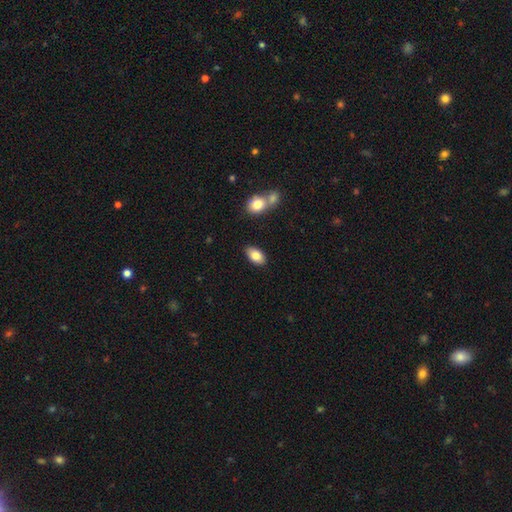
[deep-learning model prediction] The model was most divided on "merging": none: 85%, minor disturbance: 10%, merger: 4%, major disturbance: 2%. More confident: how rounded — in between (93%); smooth or featured — smooth (84%).